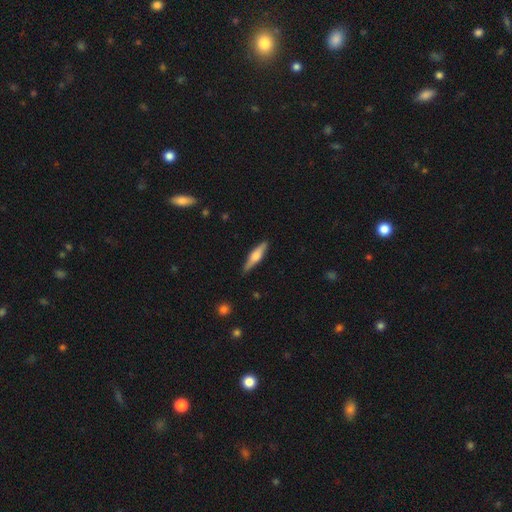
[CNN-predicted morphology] This is possibly a featured or disk galaxy (54%). It is clearly viewed edge-on (96%). Edge-on bulge: clearly rounded (86%). Merging: clearly none (88%).